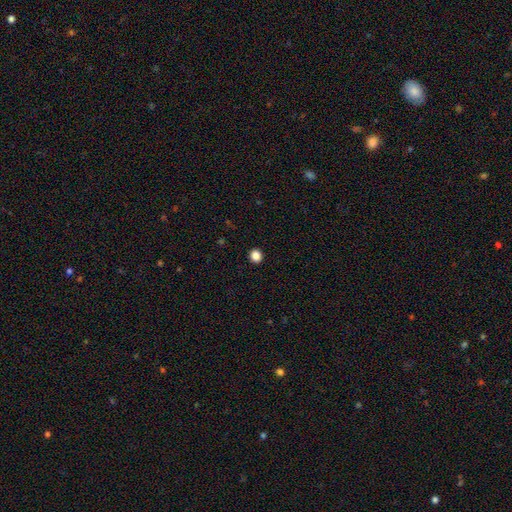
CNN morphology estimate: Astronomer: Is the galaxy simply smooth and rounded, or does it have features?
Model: smooth — 86%.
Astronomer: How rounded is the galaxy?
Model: round — 84%.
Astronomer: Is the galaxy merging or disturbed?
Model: none — 93%.